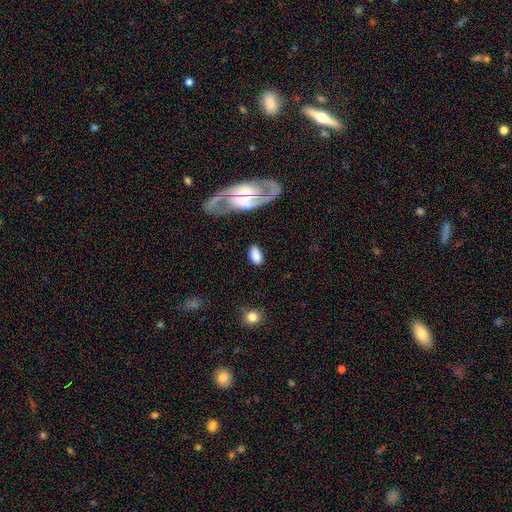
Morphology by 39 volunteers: Smooth or featured: smooth — 79% (featured or disk — 18%)
How rounded: in between — 97% (cigar-shaped — 3%)
Merging: none — 71% (minor disturbance — 21%)